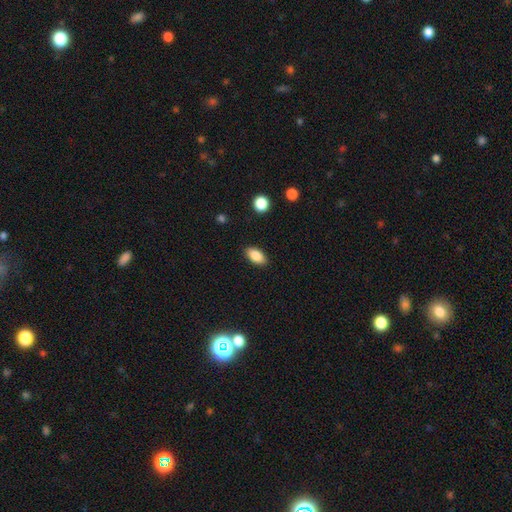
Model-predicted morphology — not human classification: This is clearly a smooth galaxy (86%). How rounded: clearly in between (91%). Merging: clearly none (88%).